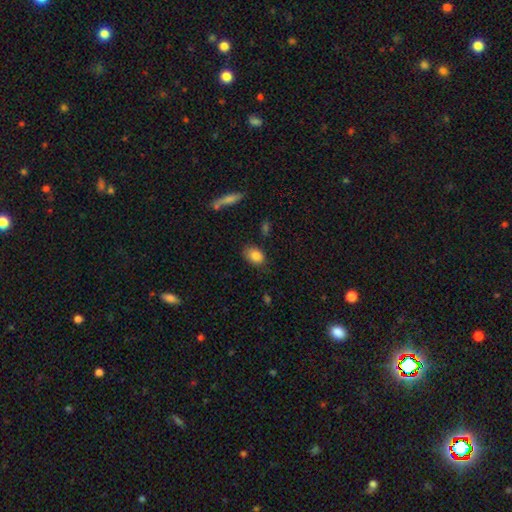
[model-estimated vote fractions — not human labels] This appears to be a smooth galaxy with no disk features (84%) that is in between round and cigar-shaped (79%). Merging: none (74%).